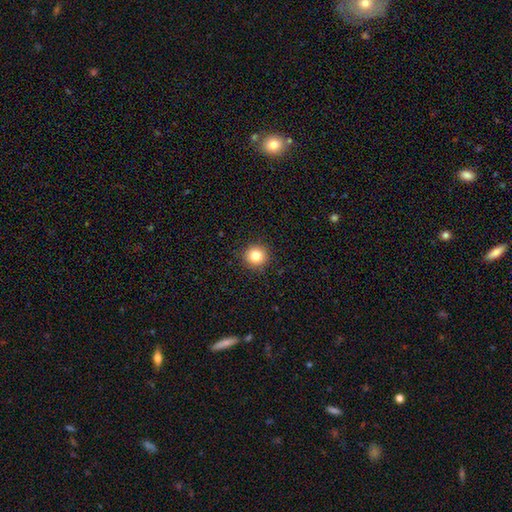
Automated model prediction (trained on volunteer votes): A smooth galaxy with no disk features (83%) that is round (93%). Merging: none (91%).